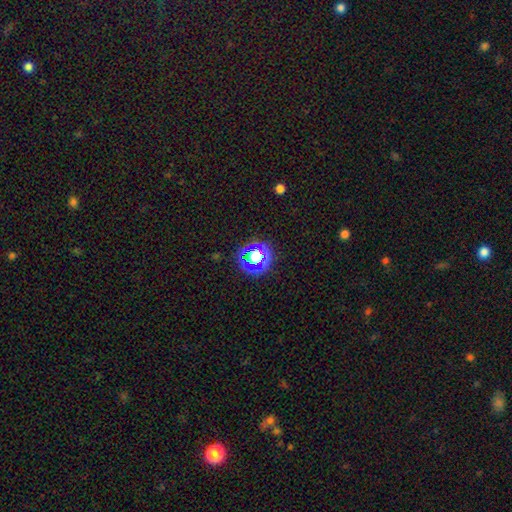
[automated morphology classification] smooth-or-featured: star or artifact: 53% | smooth: 36% | featured or disk: 11%